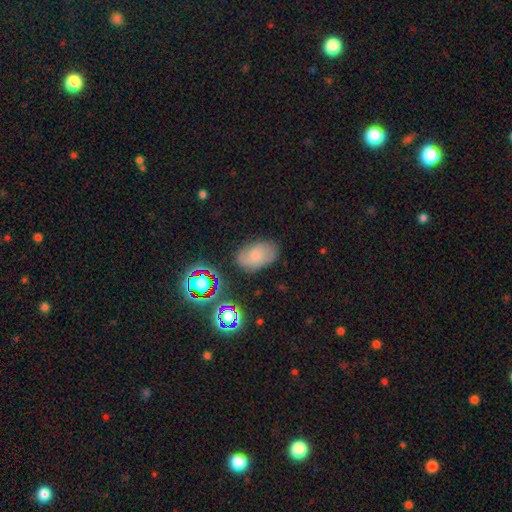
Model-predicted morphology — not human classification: smooth-or-featured: smooth: 53% | featured or disk: 33% | star or artifact: 14%
  how-rounded: in between: 88% | round: 11% | cigar-shaped: 1%
  merging: none: 72% | minor disturbance: 19% | major disturbance: 6% | merger: 3%